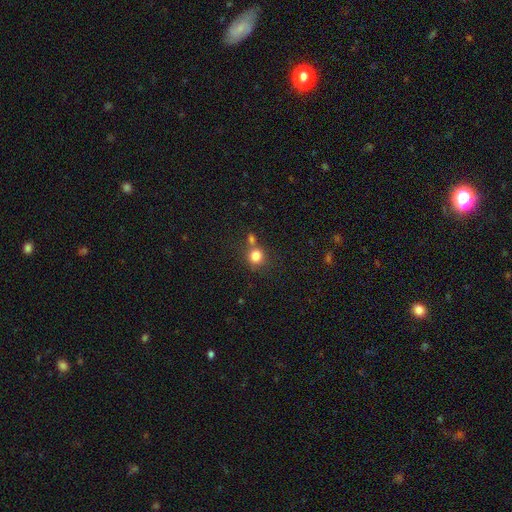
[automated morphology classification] A smooth galaxy with no disk features (82%) that is round (83%). Merging: none (59%).